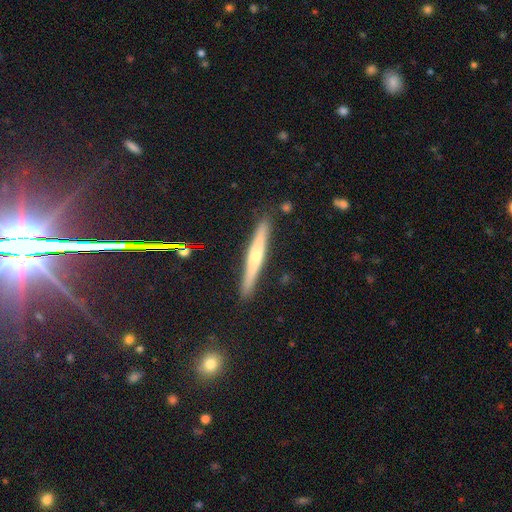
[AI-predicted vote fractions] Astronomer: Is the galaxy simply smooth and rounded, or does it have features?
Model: featured or disk — 57% (runner-up: smooth, 35%).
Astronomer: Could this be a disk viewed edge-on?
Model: yes — 96%.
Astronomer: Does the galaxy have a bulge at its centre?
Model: rounded — 70%.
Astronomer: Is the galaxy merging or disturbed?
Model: none — 89%.